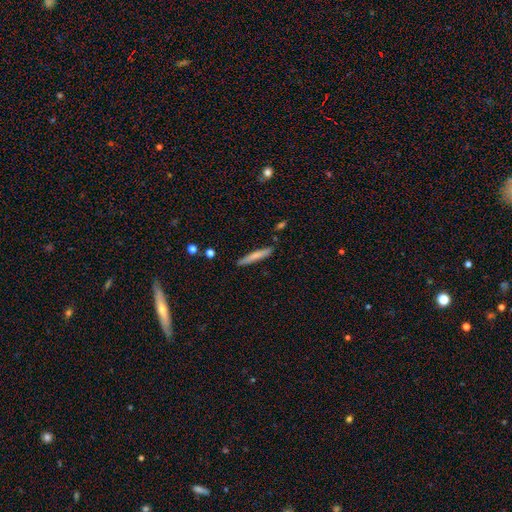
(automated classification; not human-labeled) Smooth or featured? smooth (71%)
How rounded? cigar-shaped (95%)
Merging? none (87%)